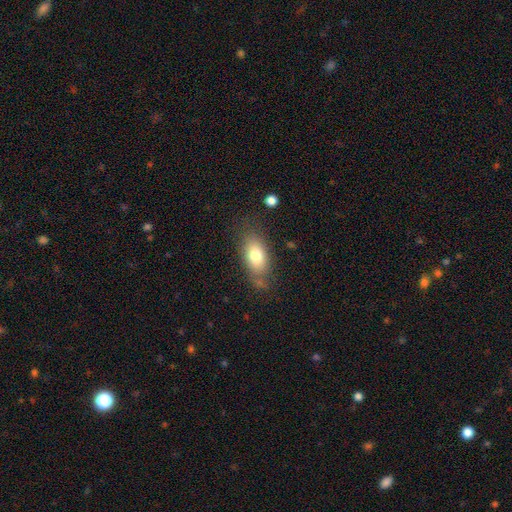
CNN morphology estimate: A smooth galaxy with no disk features (77%) that is in between round and cigar-shaped (87%).

Vote fractions:
- Smooth or featured? smooth: 77% / featured or disk: 15% / star or artifact: 8%
- How rounded? in between: 87% / round: 8% / cigar-shaped: 5%
- Merging? none: 71% / minor disturbance: 19% / major disturbance: 7% / merger: 4%